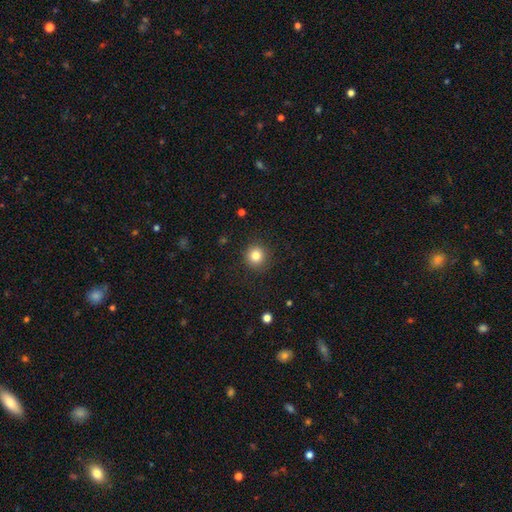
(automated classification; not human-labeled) smooth 83%, star or artifact 11%, featured or disk 6%. Down the decision tree: how rounded — round (94%); merging — none (91%).